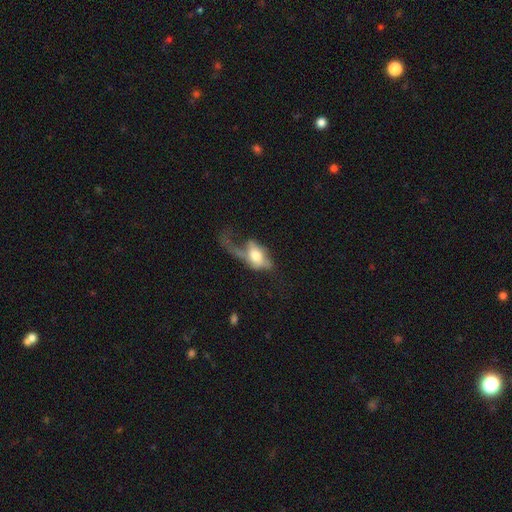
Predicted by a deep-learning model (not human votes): A featured or disk galaxy (47%). Merging: major disturbance (67%).